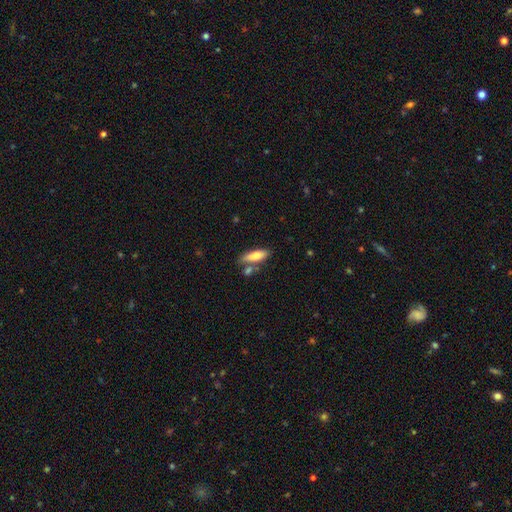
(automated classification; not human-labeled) smooth-or-featured: smooth: 75% | featured or disk: 19% | star or artifact: 6%
  how-rounded: in between: 52% | cigar-shaped: 46% | round: 2%
  merging: none: 63% | merger: 17% | minor disturbance: 15% | major disturbance: 4%